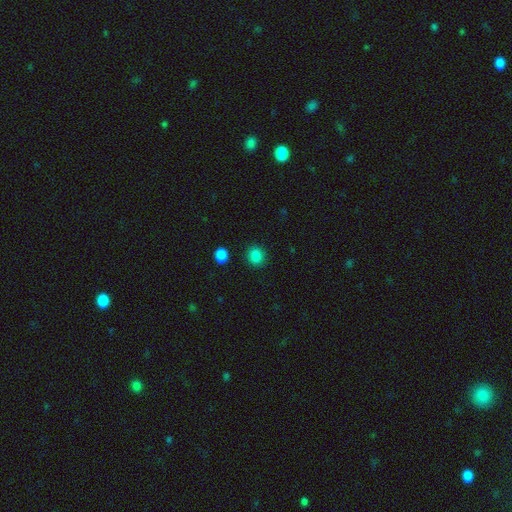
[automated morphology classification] The model was most divided on "how rounded": round: 73%, in between: 26%, cigar-shaped: 1%. More confident: merging — none (88%); smooth or featured — smooth (86%).